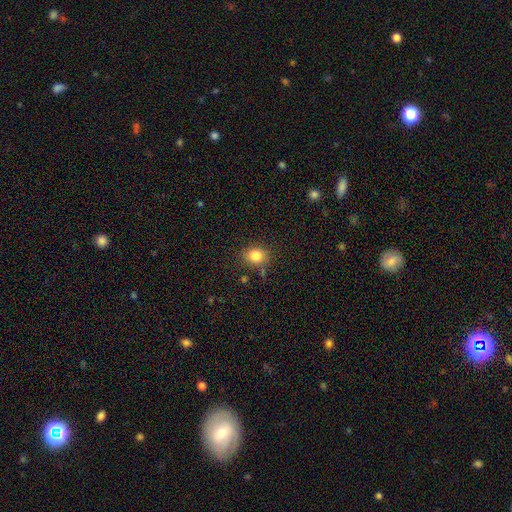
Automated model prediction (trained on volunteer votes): Smooth or featured? smooth (84%)
How rounded? round (58%)
Merging? none (78%)